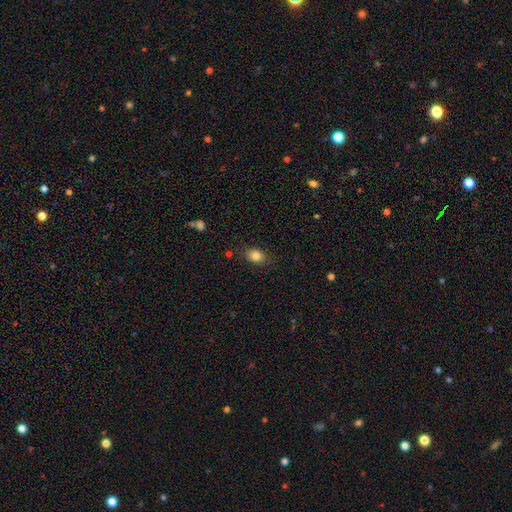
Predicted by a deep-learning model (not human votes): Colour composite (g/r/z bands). It shows a smooth galaxy with no disk features (82%) that is in between round and cigar-shaped (66%). Merging: none (81%).